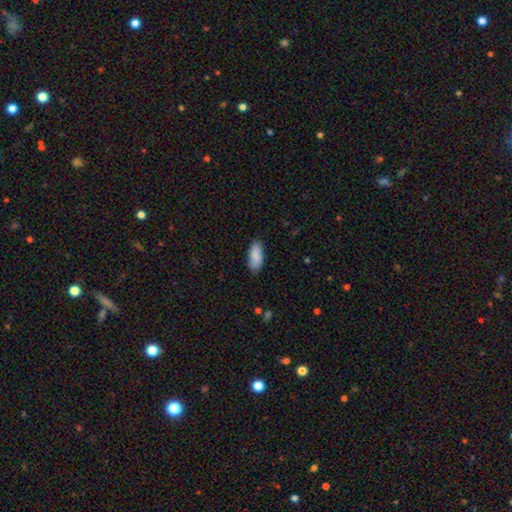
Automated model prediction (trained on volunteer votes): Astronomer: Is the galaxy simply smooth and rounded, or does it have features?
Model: smooth — 88%.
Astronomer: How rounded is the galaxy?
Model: in between — 89%.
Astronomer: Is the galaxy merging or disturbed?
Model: none — 85%.